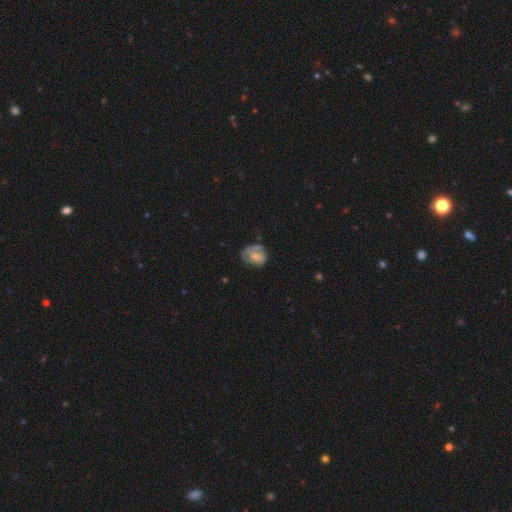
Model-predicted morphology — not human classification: Smooth or featured?
  - smooth: 46% *
  - featured or disk: 45%
  - star or artifact: 9%
Merging?
  - none: 46% *
  - minor disturbance: 31%
  - major disturbance: 19%
  - merger: 4%